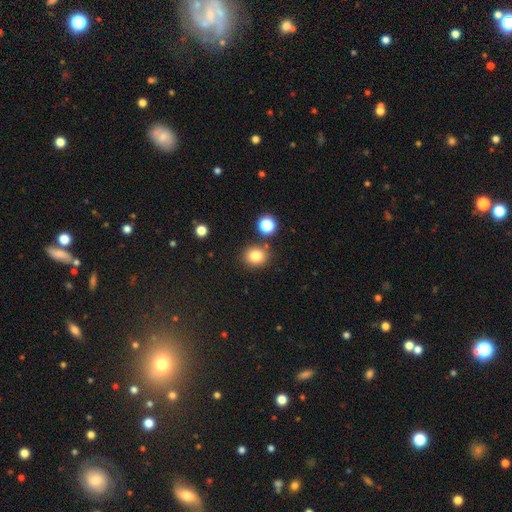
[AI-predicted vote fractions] Morphology: type=smooth (80%); roundness=round (77%); merging=none (82%).